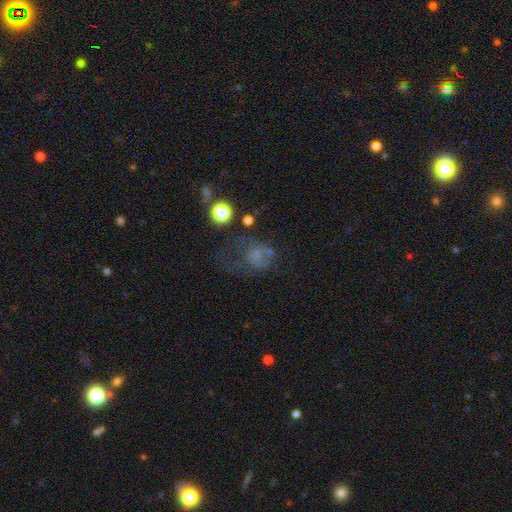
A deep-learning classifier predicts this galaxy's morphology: The model was most divided on "merging": major disturbance: 42%, none: 31%, minor disturbance: 20%, merger: 8%. Remaining: smooth or featured — smooth (47%).